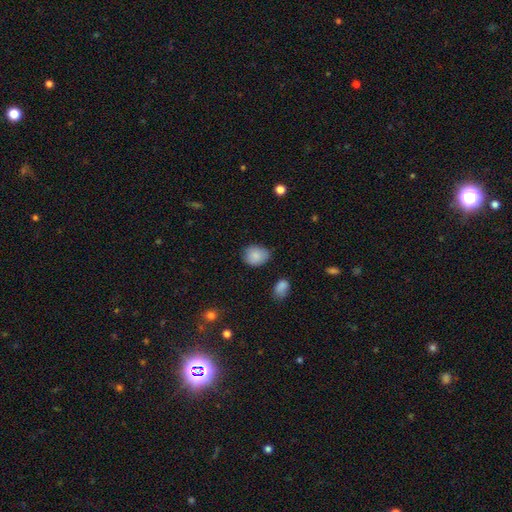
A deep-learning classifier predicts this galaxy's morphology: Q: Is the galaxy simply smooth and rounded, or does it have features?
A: smooth — 86%.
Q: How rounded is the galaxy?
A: round — 52%.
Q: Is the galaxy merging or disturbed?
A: none — 71%.